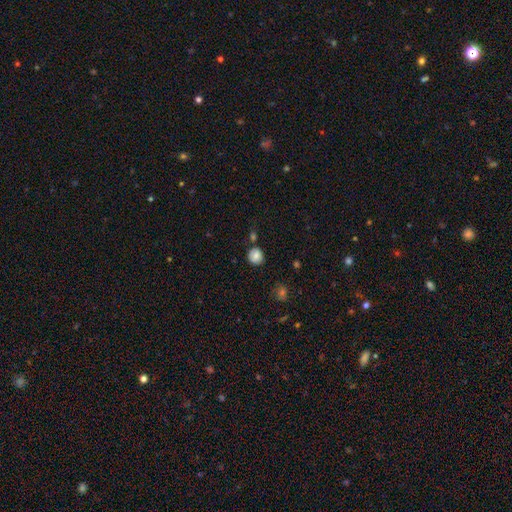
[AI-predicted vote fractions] A smooth galaxy with no disk features (81%) that is round (87%). Merging: none (79%).